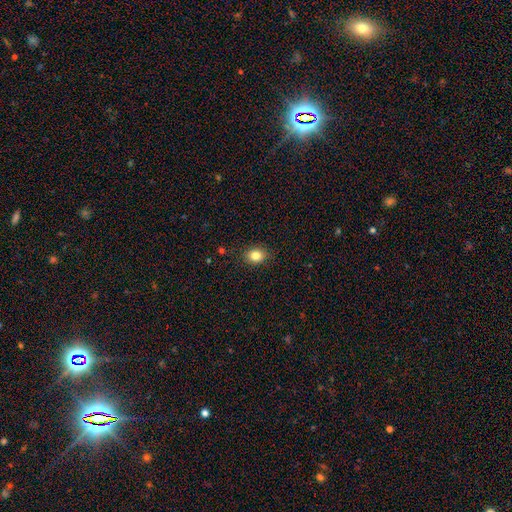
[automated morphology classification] A smooth galaxy with no disk features (83%) that is in between round and cigar-shaped (54%). Merging: none (88%).